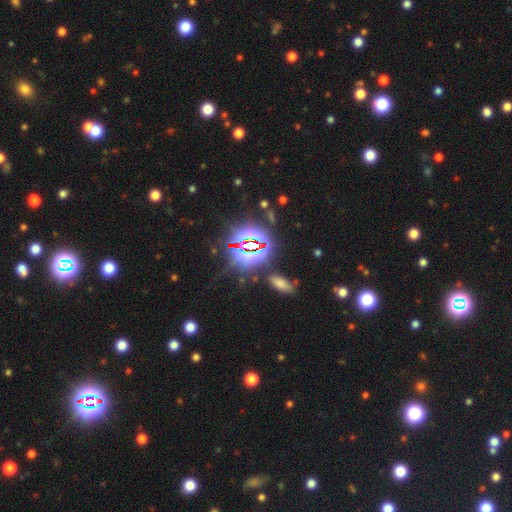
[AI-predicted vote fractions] The model was most divided on "smooth or featured": star or artifact: 79%, smooth: 14%, featured or disk: 7%.